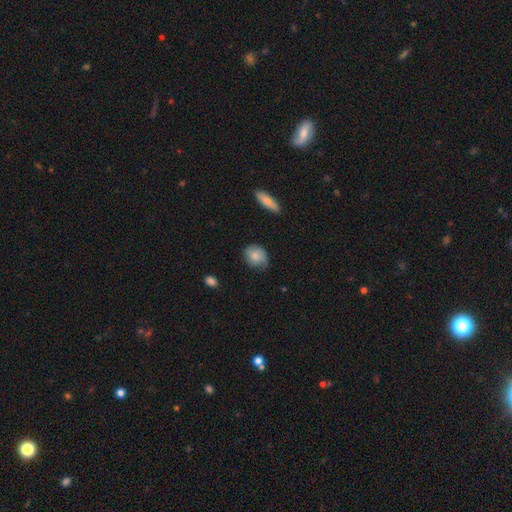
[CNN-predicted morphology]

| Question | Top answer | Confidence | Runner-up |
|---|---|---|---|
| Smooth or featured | smooth | 73% | featured or disk (20%) |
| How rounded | round | 70% | in between (29%) |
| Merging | none | 61% | minor disturbance (30%) |